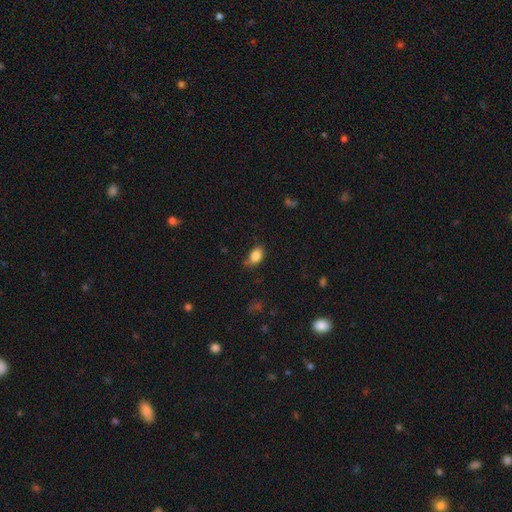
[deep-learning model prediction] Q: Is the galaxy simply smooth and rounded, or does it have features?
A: smooth — 85%.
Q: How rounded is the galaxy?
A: in between — 84%.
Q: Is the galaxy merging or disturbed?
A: none — 70%.